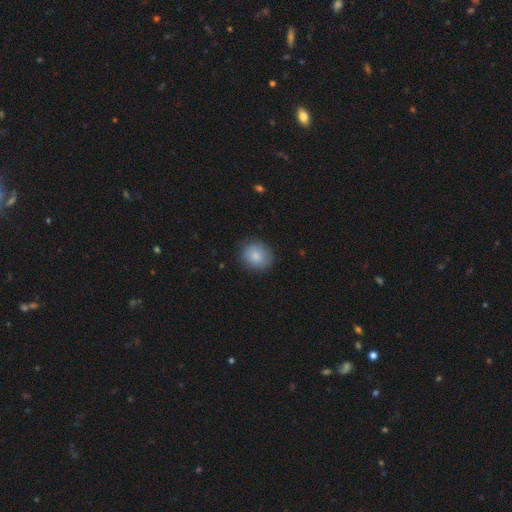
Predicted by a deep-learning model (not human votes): Overall: smooth (85%). How rounded: round (75%). Merging: none (85%).